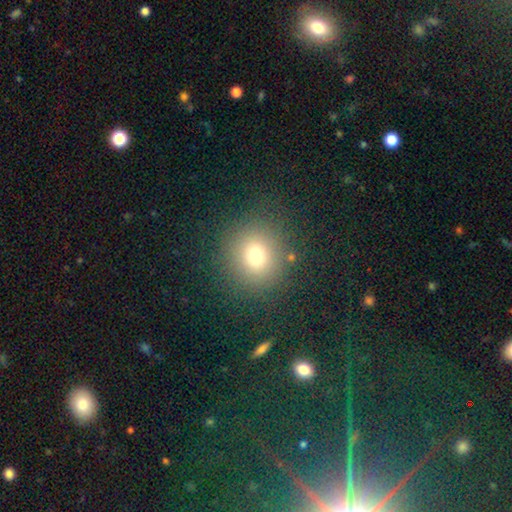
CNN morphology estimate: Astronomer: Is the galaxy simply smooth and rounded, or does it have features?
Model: smooth — 76%.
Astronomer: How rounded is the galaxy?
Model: round — 84%.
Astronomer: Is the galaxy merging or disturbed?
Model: none — 86%.